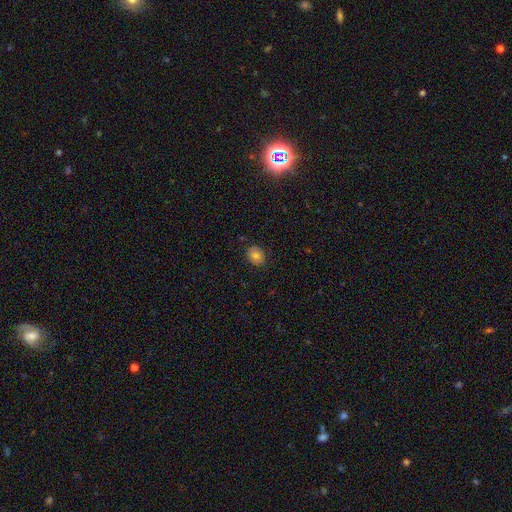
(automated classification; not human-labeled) smooth-or-featured: smooth: 73% | featured or disk: 16% | star or artifact: 11%
  how-rounded: round: 70% | in between: 29% | cigar-shaped: 1%
  merging: none: 83% | minor disturbance: 13% | major disturbance: 3% | merger: 1%